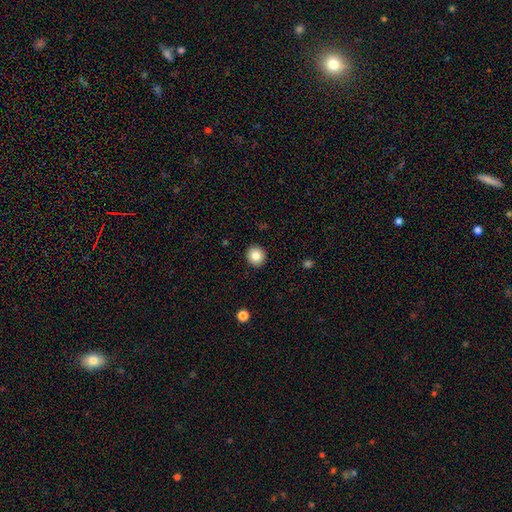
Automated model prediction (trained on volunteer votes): A smooth galaxy with no disk features (84%) that is round (92%). Merging: none (93%).